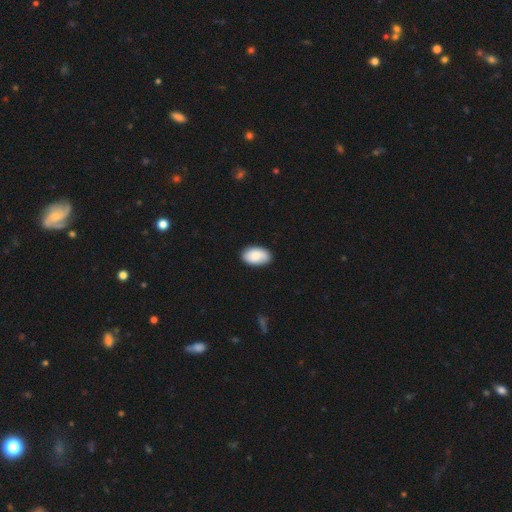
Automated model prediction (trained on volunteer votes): The model was most divided on "merging": none: 84%, minor disturbance: 13%, major disturbance: 2%, merger: 1%. More confident: how rounded — in between (93%); smooth or featured — smooth (83%).